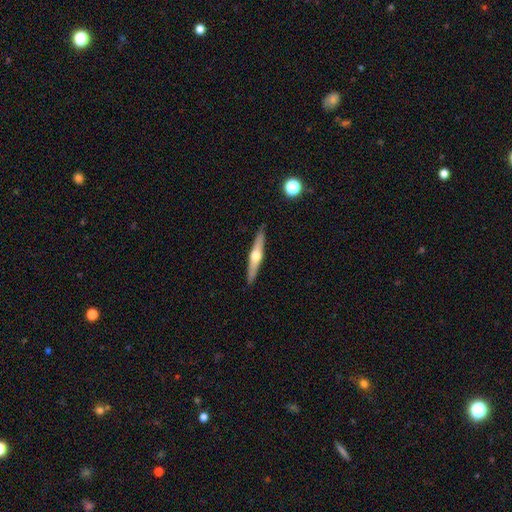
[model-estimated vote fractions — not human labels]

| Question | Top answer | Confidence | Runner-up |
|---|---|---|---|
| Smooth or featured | featured or disk | 63% | smooth (31%) |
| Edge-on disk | yes | 96% | no (4%) |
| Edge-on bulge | rounded | 93% | none (4%) |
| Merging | none | 89% | minor disturbance (8%) |